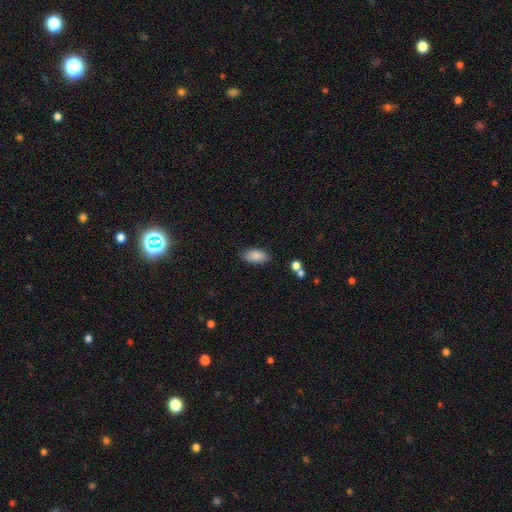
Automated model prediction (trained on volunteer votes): smooth 87%, star or artifact 7%, featured or disk 5%. Down the decision tree: how rounded — in between (93%); merging — none (84%).